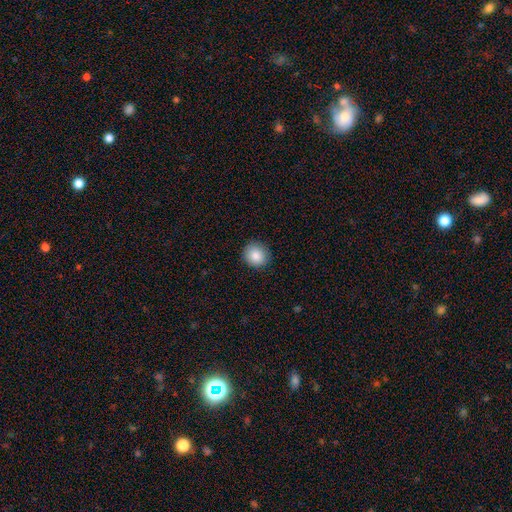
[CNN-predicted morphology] A smooth galaxy with no disk features (87%) that is round (87%). Merging: none (90%).